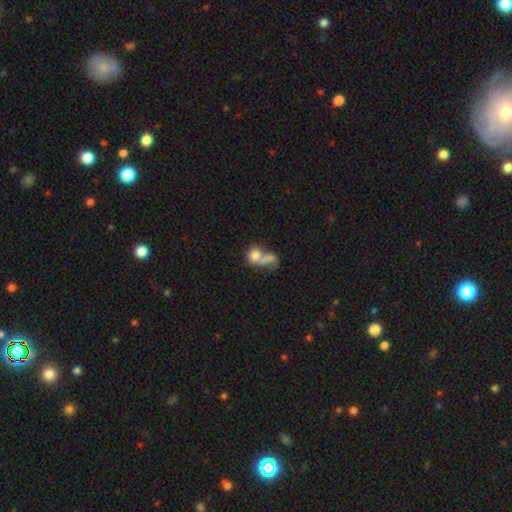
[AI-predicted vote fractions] This is likely a smooth galaxy (64%). How rounded: possibly round (55%). Merging: possibly merger (57%).